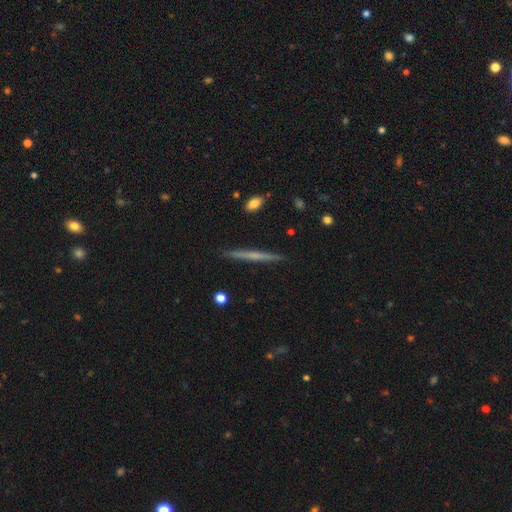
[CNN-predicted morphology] Smooth or featured? Predicted: featured or disk (p=0.53). Edge-on disk? Predicted: yes (p=0.98). Edge-on bulge? Predicted: none (p=0.75). Merging? Predicted: none (p=0.92).